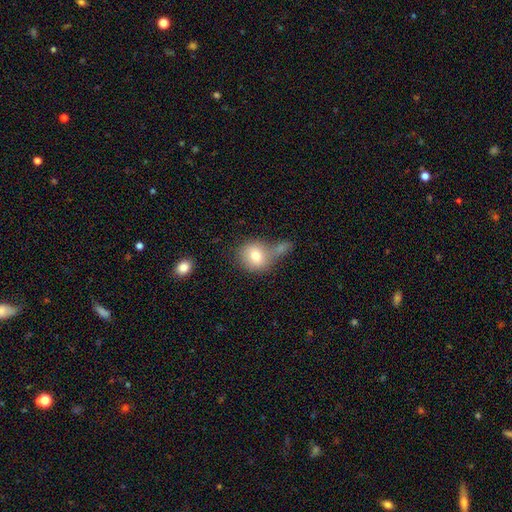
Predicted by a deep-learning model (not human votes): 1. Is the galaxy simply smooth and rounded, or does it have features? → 78% smooth, 14% featured or disk, 9% star or artifact.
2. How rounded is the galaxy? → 79% round, 20% in between, 1% cigar-shaped.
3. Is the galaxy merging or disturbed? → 38% merger, 37% none, 14% minor disturbance, 10% major disturbance.